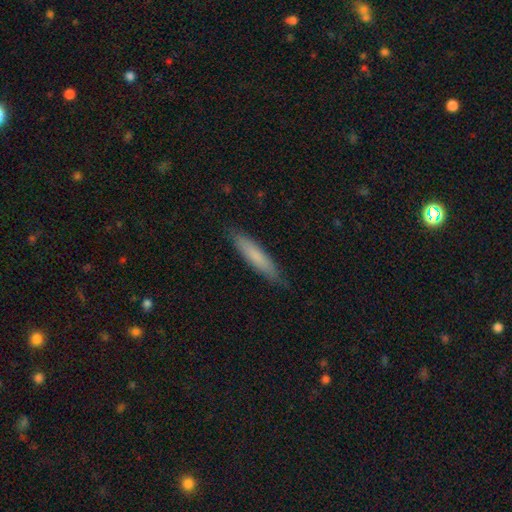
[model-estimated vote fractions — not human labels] smooth_or_featured: smooth (p=0.76) [alt: featured or disk p=0.18]
how_rounded: cigar-shaped (p=0.87) [alt: in between p=0.11]
merging: none (p=0.86) [alt: minor disturbance p=0.11]